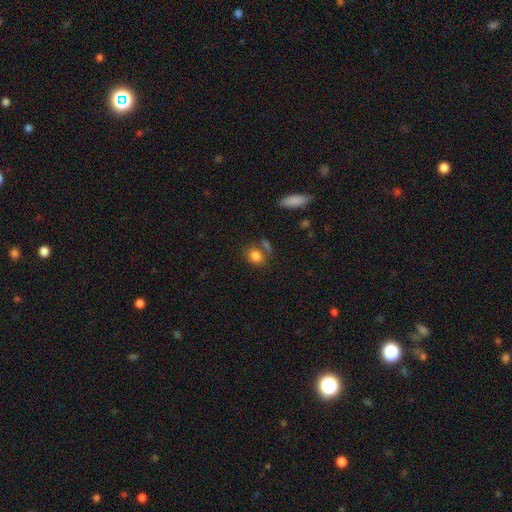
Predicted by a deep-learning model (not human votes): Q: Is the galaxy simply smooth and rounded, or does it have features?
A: smooth — 82%.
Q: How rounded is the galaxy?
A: in between — 54%.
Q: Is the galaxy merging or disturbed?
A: none — 58%.